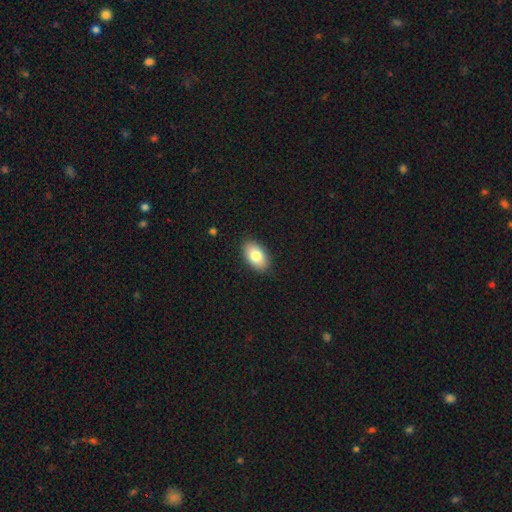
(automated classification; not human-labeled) smooth 81%, featured or disk 12%, star or artifact 7%. Down the decision tree: how rounded — in between (93%); merging — none (89%).